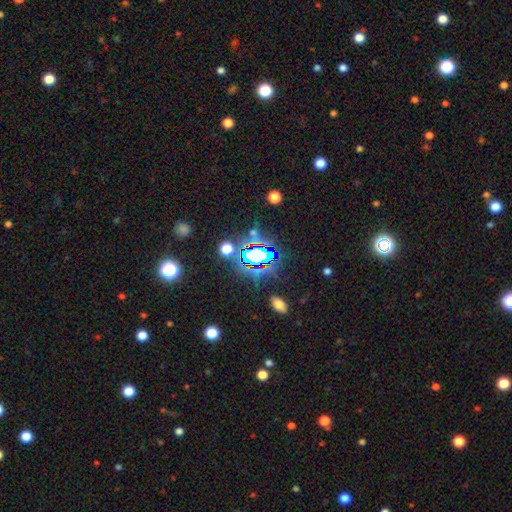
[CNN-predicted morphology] This is likely a star or artifact rather than a galaxy (66%).